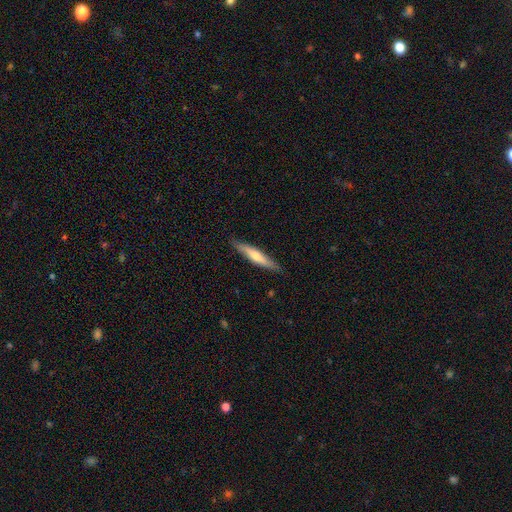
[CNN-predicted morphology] A smooth galaxy with no disk features (52%) that is cigar-shaped (88%). Merging: none (87%).